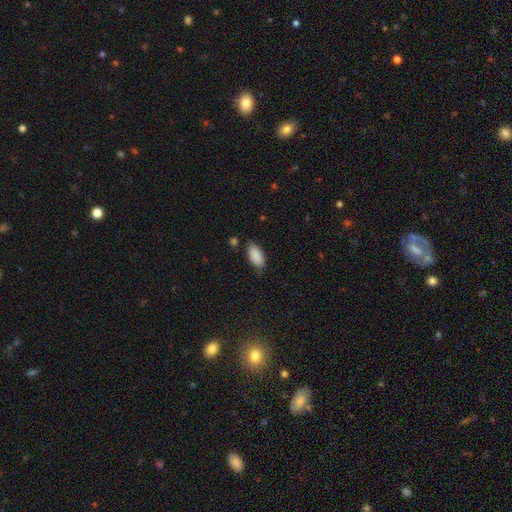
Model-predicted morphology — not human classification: The model was most divided on "merging": none: 77%, minor disturbance: 17%, major disturbance: 3%, merger: 3%. More confident: how rounded — in between (92%); smooth or featured — smooth (89%).